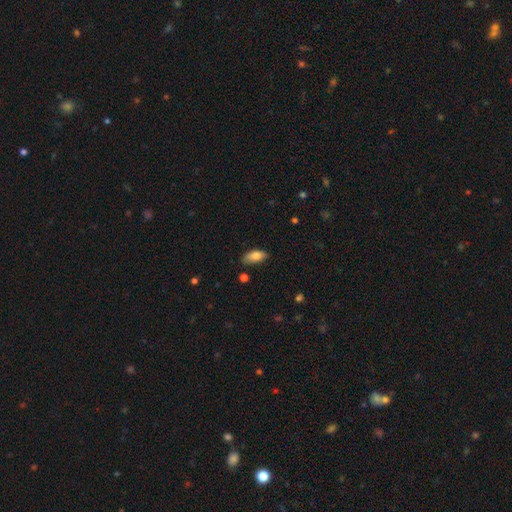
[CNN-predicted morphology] This is clearly a smooth galaxy (81%). How rounded: clearly in between (88%). Merging: likely none (72%).